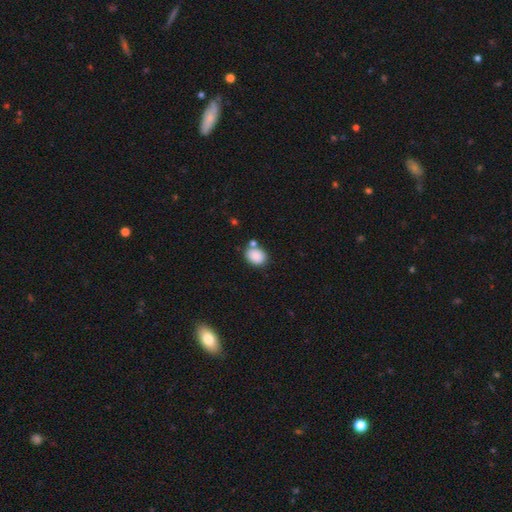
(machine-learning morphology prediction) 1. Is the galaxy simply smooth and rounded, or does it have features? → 87% smooth, 8% star or artifact, 4% featured or disk.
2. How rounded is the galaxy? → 63% in between, 36% round, 1% cigar-shaped.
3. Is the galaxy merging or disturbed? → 68% none, 15% merger, 13% minor disturbance, 4% major disturbance.